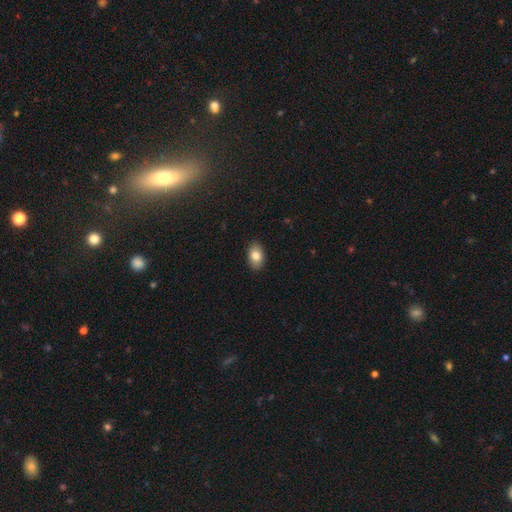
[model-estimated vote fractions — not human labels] Morphology: type=smooth (82%); roundness=in between (89%); merging=none (89%).